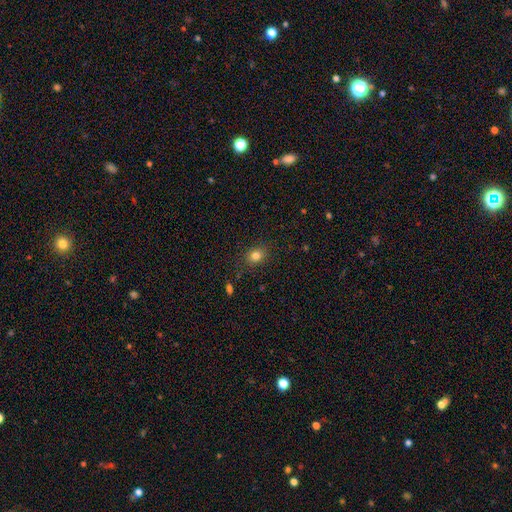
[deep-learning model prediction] A smooth galaxy with no disk features (81%) that is round (56%).

Vote fractions:
- Smooth or featured? smooth: 81% / star or artifact: 12% / featured or disk: 6%
- How rounded? round: 56% / in between: 43% / cigar-shaped: 1%
- Merging? none: 85% / minor disturbance: 11% / major disturbance: 3% / merger: 1%